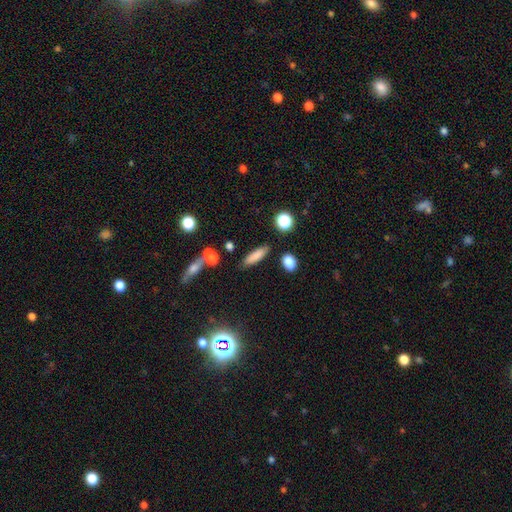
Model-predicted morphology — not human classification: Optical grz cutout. It shows a smooth galaxy with no disk features (81%) that is cigar-shaped (64%). Merging: none (81%).